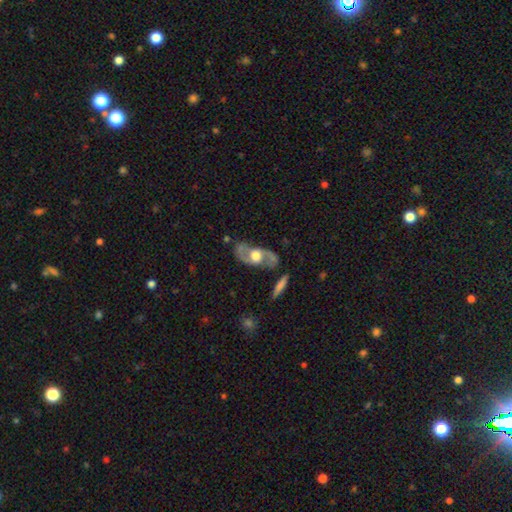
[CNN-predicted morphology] Q: Smooth or featured?
A: featured or disk (74%); runner-up: smooth (21%)
Q: Edge-on disk?
A: no (79%); runner-up: yes (21%)
Q: Bar?
A: no (68%); runner-up: weak (24%)
Q: Spiral arms?
A: yes (70%); runner-up: no (30%)
Q: Bulge size?
A: moderate (48%); runner-up: large (45%)
Q: Merging?
A: none (70%); runner-up: minor disturbance (17%)